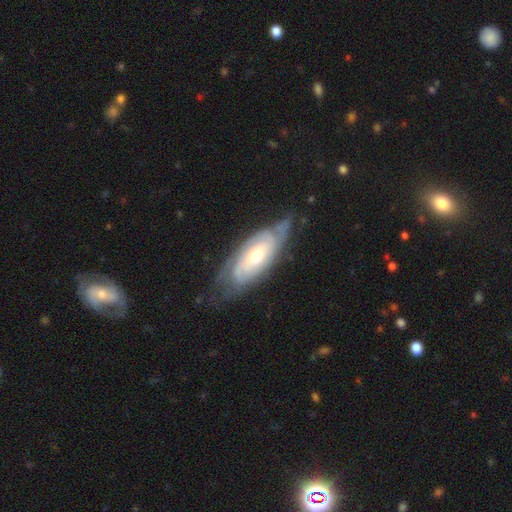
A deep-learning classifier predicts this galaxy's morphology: Smooth or featured? Predicted: featured or disk (p=0.78). Edge-on disk? Predicted: no (p=0.87). Bar? Predicted: no (p=0.67). Spiral arms? Predicted: yes (p=0.90). Spiral winding? Predicted: tight (p=0.66). Spiral arm count? Predicted: can't tell (p=0.46). Bulge size? Predicted: moderate (p=0.64). Merging? Predicted: none (p=0.64).